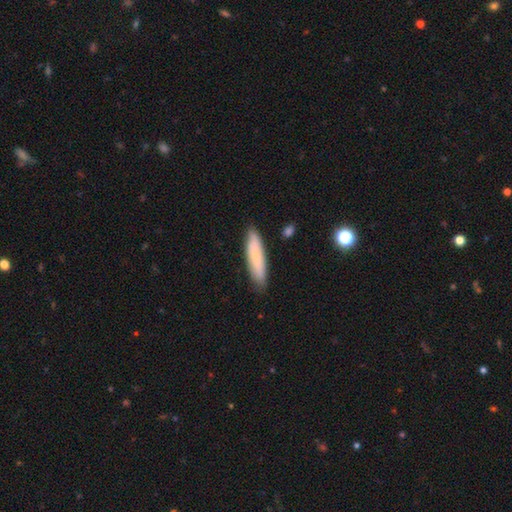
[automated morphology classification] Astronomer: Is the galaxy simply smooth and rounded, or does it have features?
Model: smooth — 70%.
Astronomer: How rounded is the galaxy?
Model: cigar-shaped — 77%.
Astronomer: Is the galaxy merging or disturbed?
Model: none — 86%.